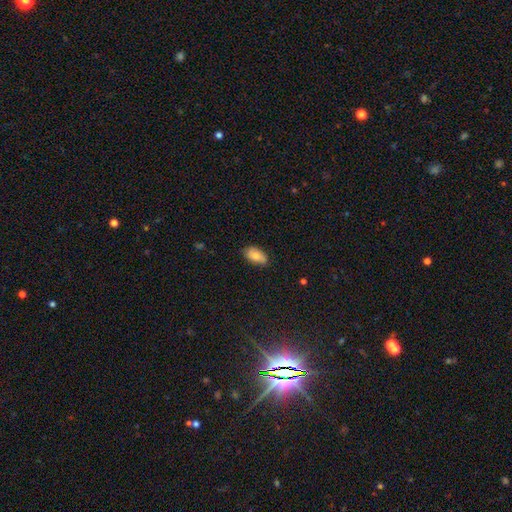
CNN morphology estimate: Smooth or featured?
  - smooth: 82% *
  - featured or disk: 11%
  - star or artifact: 7%
How rounded?
  - in between: 93% *
  - cigar-shaped: 4%
  - round: 3%
Merging?
  - none: 78% *
  - minor disturbance: 18%
  - major disturbance: 3%
  - merger: 1%